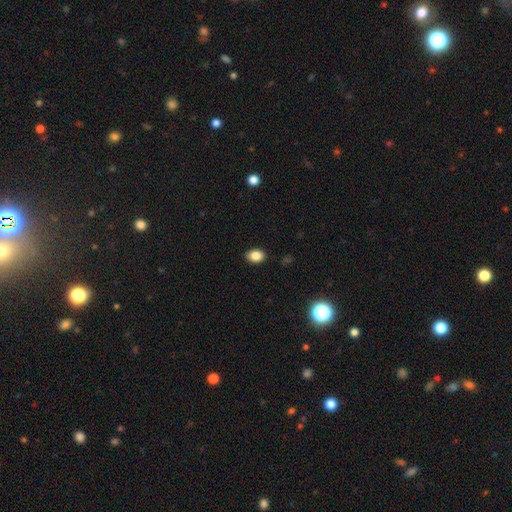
smooth_or_featured: smooth (p=0.90) [alt: featured or disk p=0.08]
how_rounded: in between (p=0.57) [alt: round p=0.43]
merging: none (p=0.87) [alt: minor disturbance p=0.11]